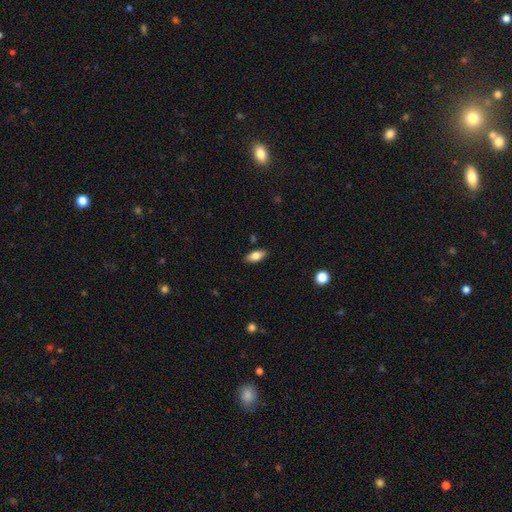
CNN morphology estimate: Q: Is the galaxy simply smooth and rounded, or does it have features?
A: smooth — 76%.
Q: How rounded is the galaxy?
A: in between — 84%.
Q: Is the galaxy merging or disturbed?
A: none — 87%.